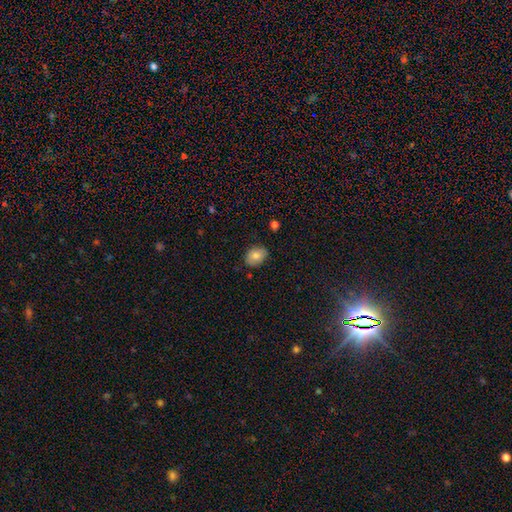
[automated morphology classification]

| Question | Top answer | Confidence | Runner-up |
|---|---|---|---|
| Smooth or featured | smooth | 79% | featured or disk (12%) |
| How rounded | in between | 73% | round (26%) |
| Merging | none | 81% | minor disturbance (15%) |